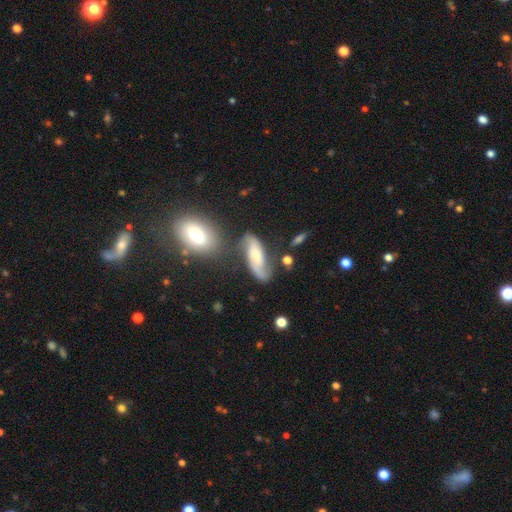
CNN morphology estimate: A featured or disk galaxy (62%) with no bar (51%), spiral arms (90%) and a moderate central bulge (50%).

Vote fractions:
- Smooth or featured? featured or disk: 62% / smooth: 31% / star or artifact: 7%
- Edge-on disk? no: 89% / yes: 11%
- Bar? no: 51% / weak: 36% / strong: 12%
- Spiral arms? yes: 90% / no: 10%
- Bulge size? moderate: 50% / small: 34% / large: 9% / none: 5% / dominant: 2%
- Merging? none: 52% / minor disturbance: 22% / merger: 14% / major disturbance: 12%